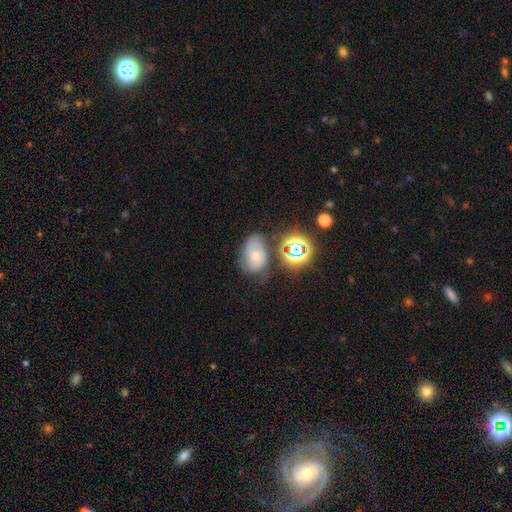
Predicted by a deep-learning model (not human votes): Smooth or featured? smooth (46%)
Merging? none (50%)